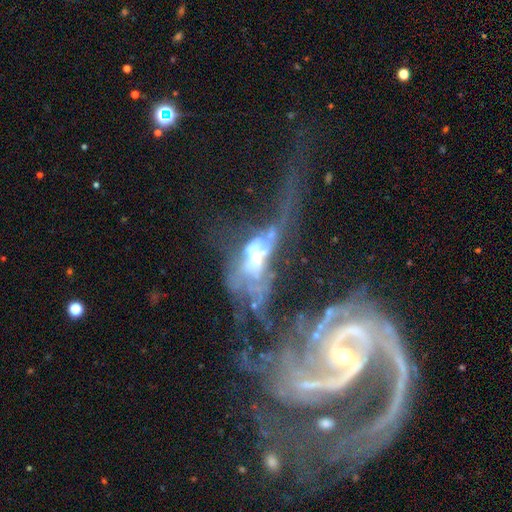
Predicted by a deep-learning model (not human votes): A featured or disk galaxy (78%) with no bar (57%), 2 (40%) loose (37%) spiral arms (72%) and a moderate central bulge (44%).

Vote fractions:
- Smooth or featured? featured or disk: 78% / star or artifact: 11% / smooth: 11%
- Edge-on disk? no: 93% / yes: 7%
- Bar? no: 57% / weak: 28% / strong: 16%
- Spiral arms? yes: 72% / no: 28%
- Spiral winding? loose: 37% / medium: 36% / tight: 27%
- Spiral arm count? 2: 40% / can't tell: 34% / 1: 9% / 3: 9% / 4: 5% / more than 4: 4%
- Bulge size? moderate: 44% / small: 37% / large: 8% / none: 8% / dominant: 3%
- Merging? merger: 61% / major disturbance: 24% / none: 9% / minor disturbance: 7%